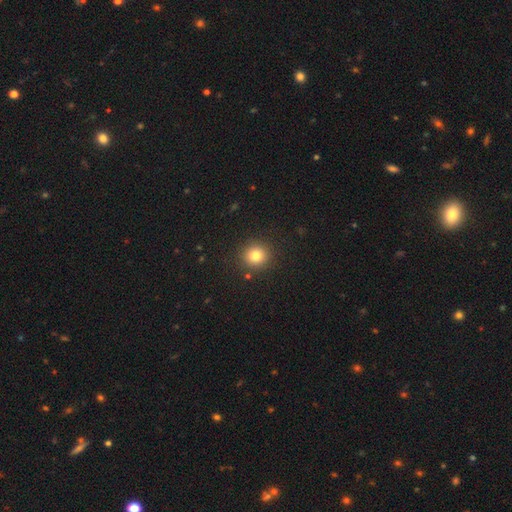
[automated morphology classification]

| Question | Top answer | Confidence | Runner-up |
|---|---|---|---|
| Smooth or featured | smooth | 80% | star or artifact (13%) |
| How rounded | round | 90% | in between (9%) |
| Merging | none | 90% | minor disturbance (6%) |